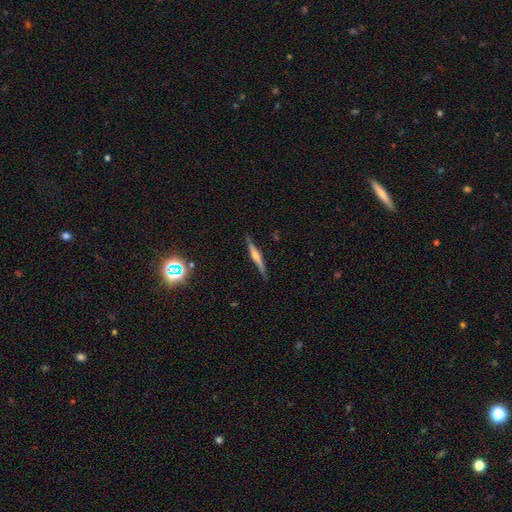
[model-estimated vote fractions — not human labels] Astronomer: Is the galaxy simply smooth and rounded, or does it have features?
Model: featured or disk — 65%.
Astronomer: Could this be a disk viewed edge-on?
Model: yes — 97%.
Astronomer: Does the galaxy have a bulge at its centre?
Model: rounded — 66%.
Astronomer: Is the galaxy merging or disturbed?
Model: none — 88%.